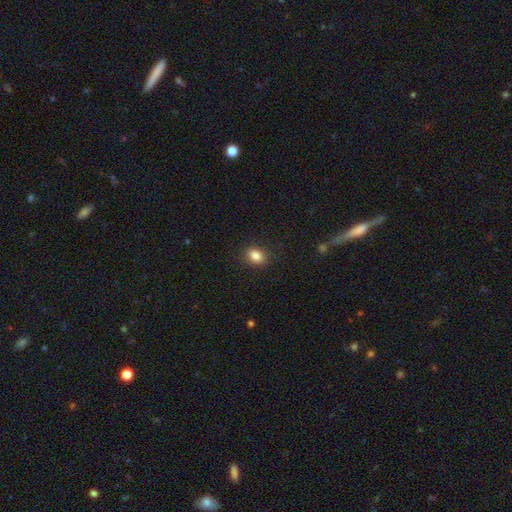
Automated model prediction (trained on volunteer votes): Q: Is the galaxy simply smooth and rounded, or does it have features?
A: smooth — 85%.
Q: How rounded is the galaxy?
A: in between — 69%.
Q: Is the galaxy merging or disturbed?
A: none — 87%.